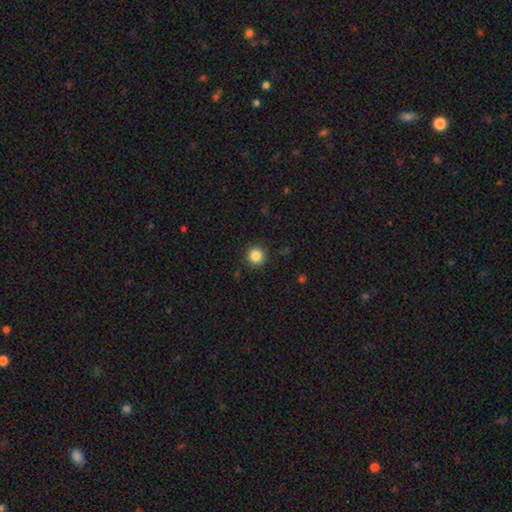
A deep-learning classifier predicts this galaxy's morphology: smooth-or-featured: smooth: 86% | star or artifact: 11% | featured or disk: 4%
  how-rounded: round: 95% | in between: 4% | cigar-shaped: 1%
  merging: none: 91% | minor disturbance: 6% | major disturbance: 2% | merger: 1%